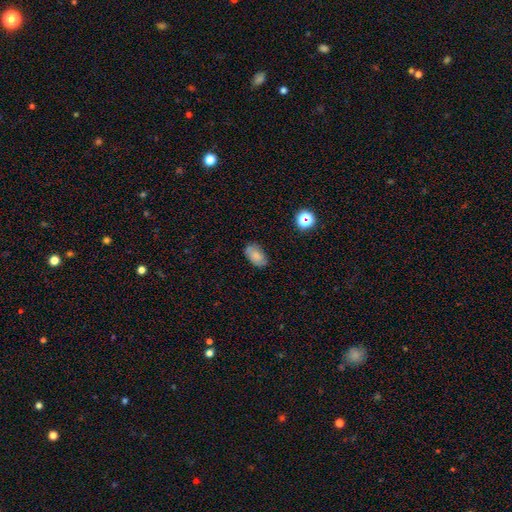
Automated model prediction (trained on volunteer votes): Smooth or featured: smooth — 67% (featured or disk — 22%)
How rounded: in between — 89% (round — 9%)
Merging: none — 76% (minor disturbance — 18%)